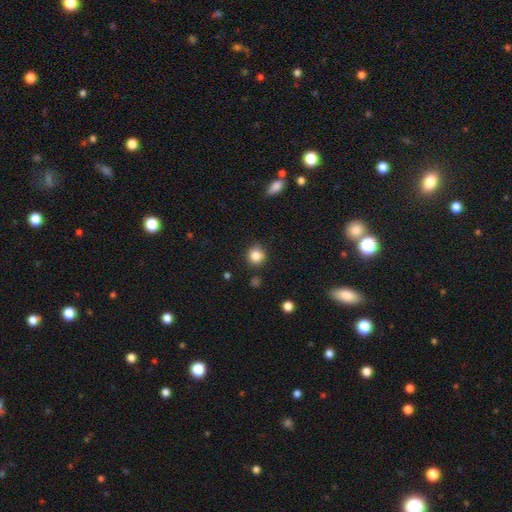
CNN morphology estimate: type=smooth (84%); roundness=round (90%); merging=none (85%).